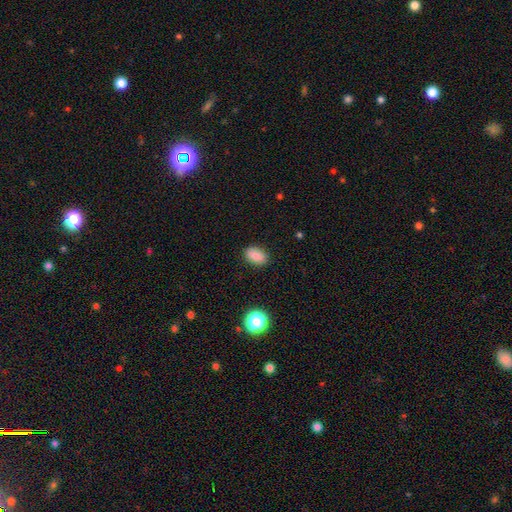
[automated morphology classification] A smooth galaxy with no disk features (87%) that is in between round and cigar-shaped (87%). Merging: none (87%).